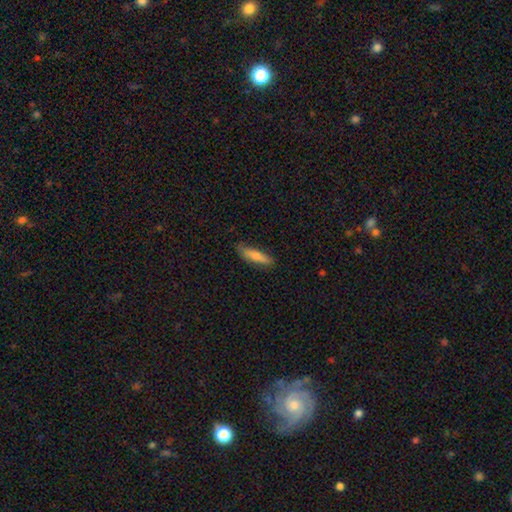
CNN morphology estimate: Smooth or featured: smooth — 67% (featured or disk — 28%)
How rounded: cigar-shaped — 71% (in between — 27%)
Merging: none — 79% (minor disturbance — 17%)